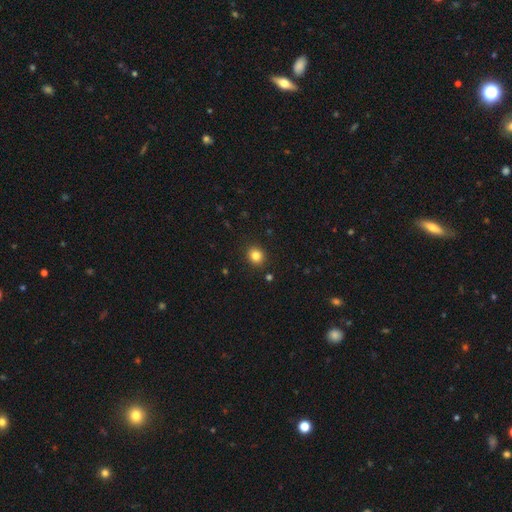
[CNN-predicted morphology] Smooth or featured? Predicted: smooth (p=0.83). How rounded? Predicted: round (p=0.79). Merging? Predicted: none (p=0.90).